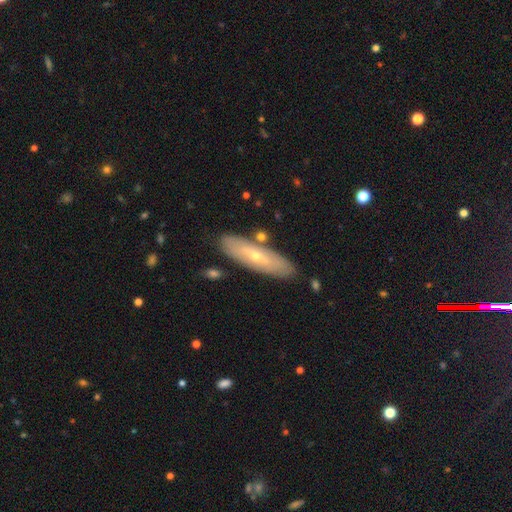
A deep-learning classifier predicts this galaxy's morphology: Smooth or featured: featured or disk — 54% (smooth — 39%)
Edge-on disk: no — 57% (yes — 43%)
Merging: none — 83% (minor disturbance — 11%)